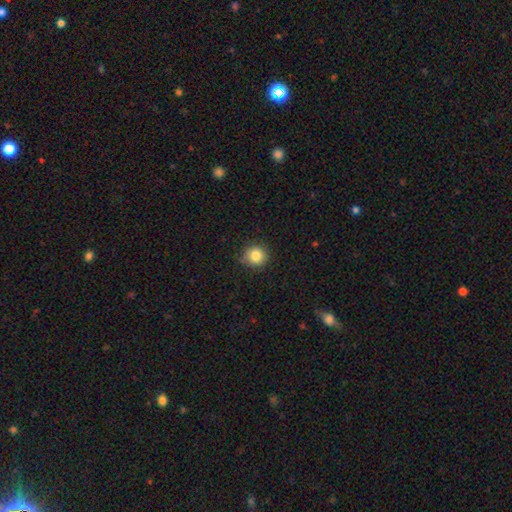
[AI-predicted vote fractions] Smooth or featured?
  - smooth: 84% *
  - star or artifact: 10%
  - featured or disk: 6%
How rounded?
  - round: 92% *
  - in between: 7%
  - cigar-shaped: 1%
Merging?
  - none: 85% *
  - minor disturbance: 12%
  - major disturbance: 2%
  - merger: 1%